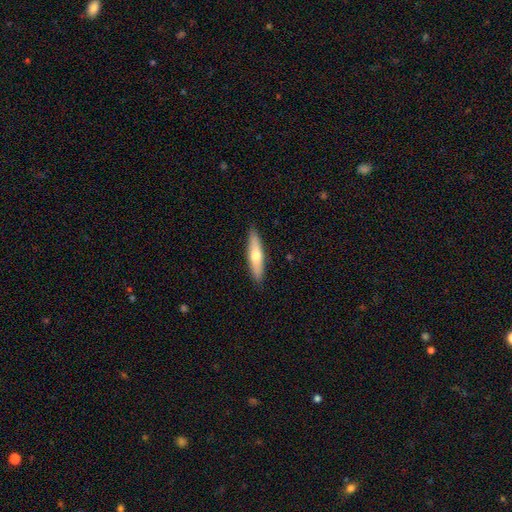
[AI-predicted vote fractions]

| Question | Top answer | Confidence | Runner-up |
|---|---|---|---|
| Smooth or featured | smooth | 57% | featured or disk (37%) |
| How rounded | cigar-shaped | 77% | in between (22%) |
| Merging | none | 90% | minor disturbance (8%) |